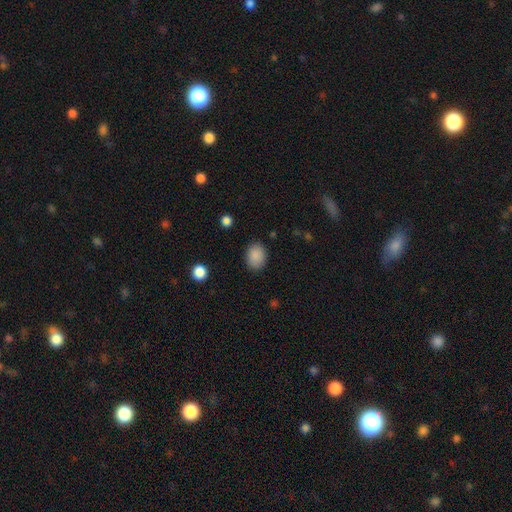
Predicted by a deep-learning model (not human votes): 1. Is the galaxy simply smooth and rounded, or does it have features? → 88% smooth, 8% star or artifact, 4% featured or disk.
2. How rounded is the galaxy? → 67% in between, 32% round, 1% cigar-shaped.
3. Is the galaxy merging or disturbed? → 86% none, 10% minor disturbance, 3% major disturbance, 1% merger.